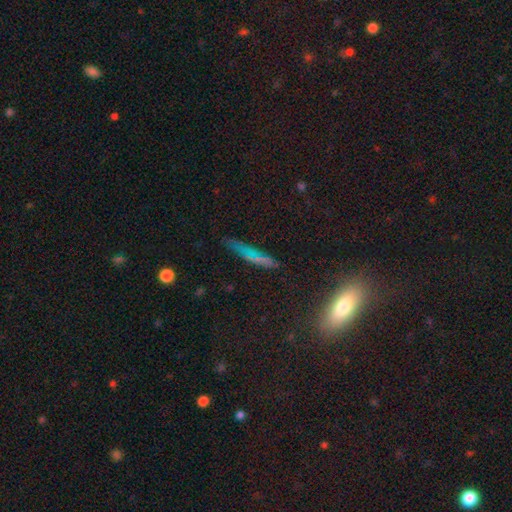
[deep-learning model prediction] Smooth or featured?
  - smooth: 46% *
  - featured or disk: 29%
  - star or artifact: 25%
Merging?
  - none: 77% *
  - minor disturbance: 14%
  - major disturbance: 5%
  - merger: 3%